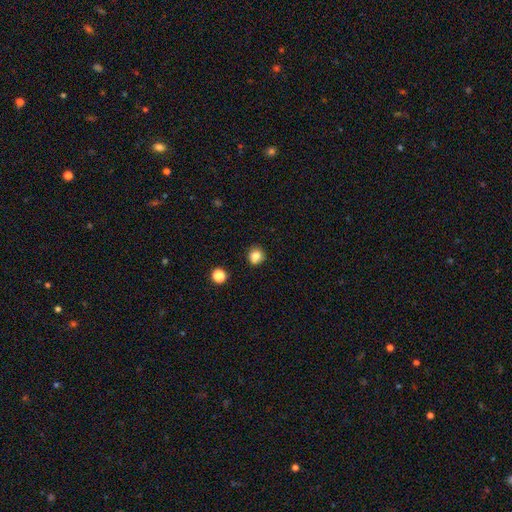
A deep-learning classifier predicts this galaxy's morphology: A smooth galaxy with no disk features (81%) that is round (87%).

Vote fractions:
- Smooth or featured? smooth: 81% / star or artifact: 12% / featured or disk: 7%
- How rounded? round: 87% / in between: 12% / cigar-shaped: 1%
- Merging? none: 82% / minor disturbance: 12% / merger: 3% / major disturbance: 3%